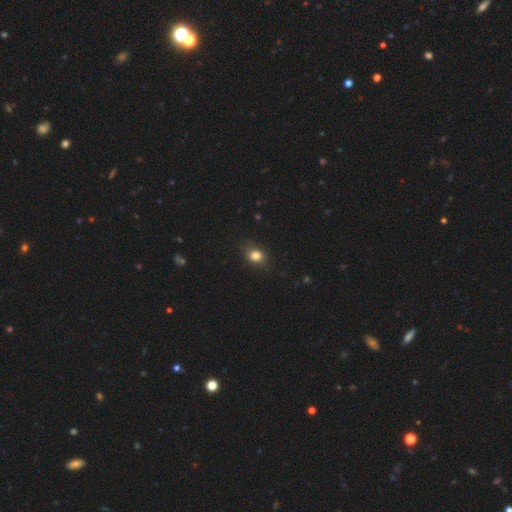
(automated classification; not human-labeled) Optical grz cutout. It shows a smooth galaxy with no disk features (82%) that is in between round and cigar-shaped (54%). Merging: none (80%).